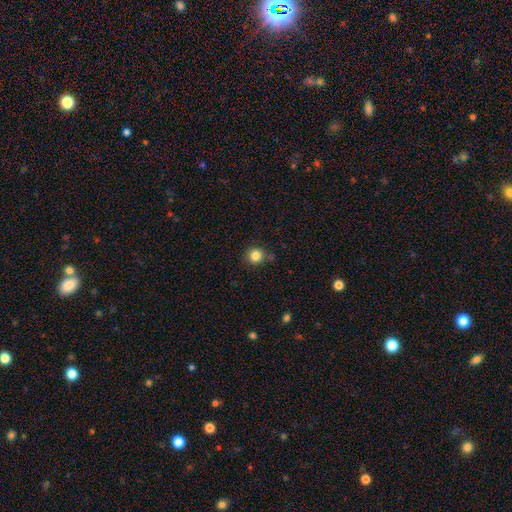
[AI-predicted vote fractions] This is clearly a smooth galaxy (84%). How rounded: clearly round (89%). Merging: likely none (80%).